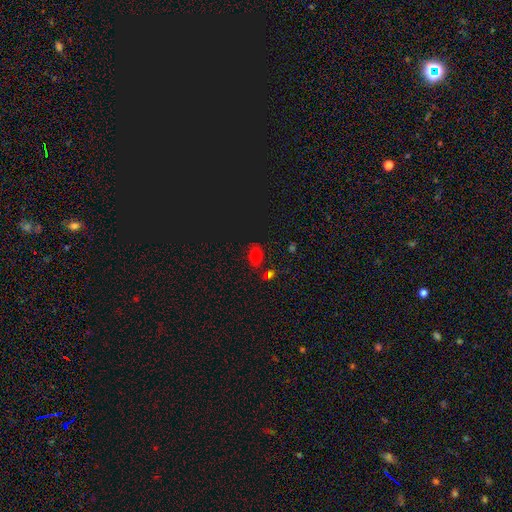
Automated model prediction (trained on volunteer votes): A smooth galaxy with no disk features (66%) that is in between round and cigar-shaped (76%). Merging: none (70%).